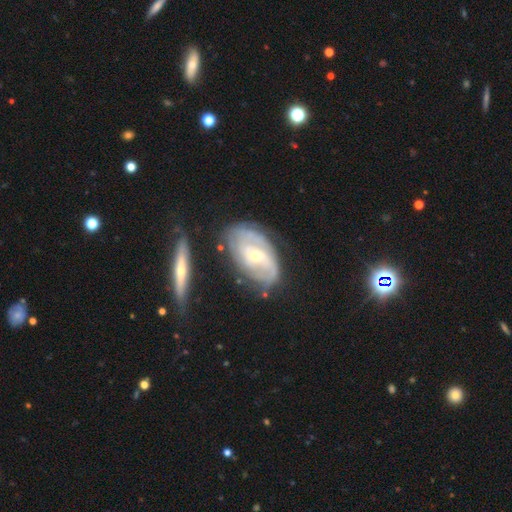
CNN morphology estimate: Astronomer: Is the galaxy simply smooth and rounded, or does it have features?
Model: featured or disk — 79%.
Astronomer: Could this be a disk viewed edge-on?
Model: no — 93%.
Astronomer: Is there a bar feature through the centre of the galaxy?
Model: weak — 45% (runner-up: no, 33%).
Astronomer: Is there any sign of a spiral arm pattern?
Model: yes — 87%.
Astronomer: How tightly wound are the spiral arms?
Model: tight — 49% (runner-up: medium, 34%).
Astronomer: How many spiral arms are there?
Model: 2 — 49% (runner-up: can't tell, 32%).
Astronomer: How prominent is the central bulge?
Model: small — 51% (runner-up: moderate, 45%).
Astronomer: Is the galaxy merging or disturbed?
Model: none — 66%.